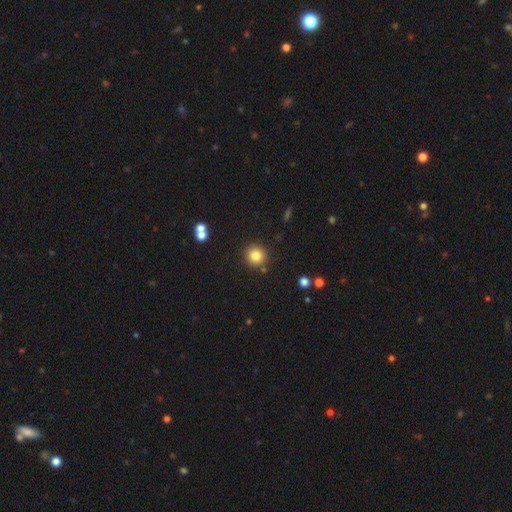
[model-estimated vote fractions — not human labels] smooth 82%, star or artifact 11%, featured or disk 7%. Down the decision tree: how rounded — round (93%); merging — none (87%).